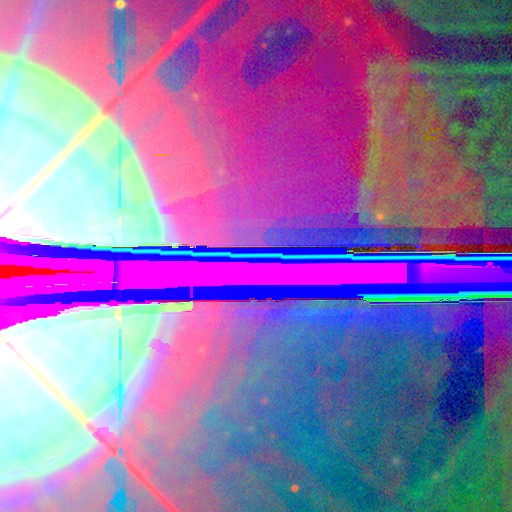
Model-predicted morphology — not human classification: Smooth or featured? star or artifact (86%)